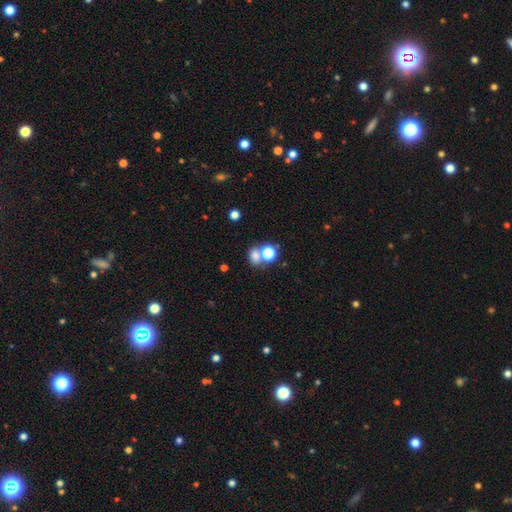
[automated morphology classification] Smooth or featured: smooth — 71% (star or artifact — 19%)
How rounded: in between — 51% (round — 48%)
Merging: none — 46% (merger — 40%)